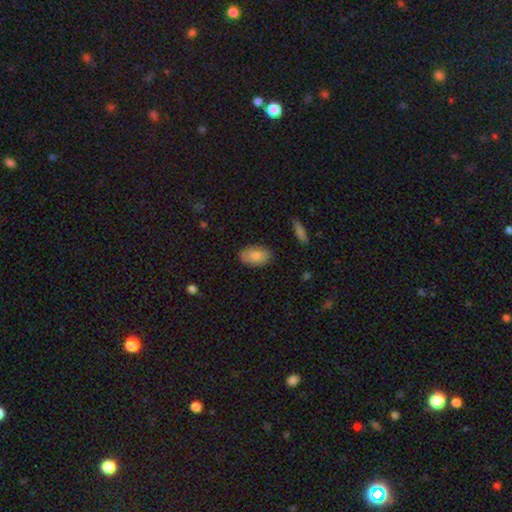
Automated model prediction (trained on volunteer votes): Smooth or featured? Predicted: smooth (p=0.84). How rounded? Predicted: in between (p=0.92). Merging? Predicted: none (p=0.82).